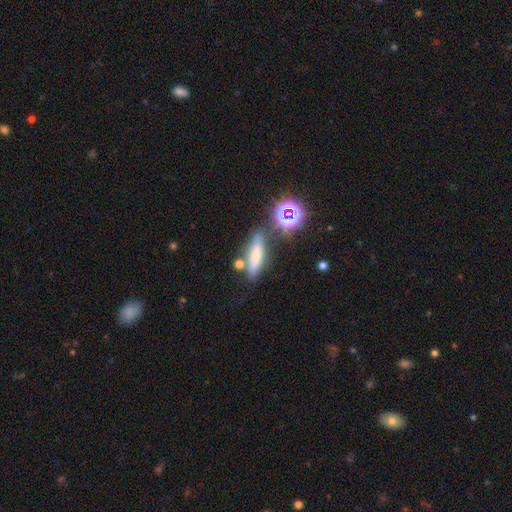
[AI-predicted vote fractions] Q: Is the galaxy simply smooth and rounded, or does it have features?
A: smooth — 61%.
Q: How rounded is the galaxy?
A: cigar-shaped — 57%.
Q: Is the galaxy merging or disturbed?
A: none — 65%.